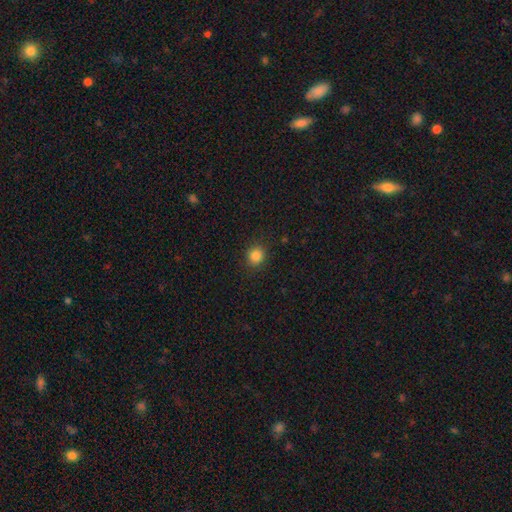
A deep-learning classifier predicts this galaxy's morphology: smooth 84%, star or artifact 12%, featured or disk 4%. Down the decision tree: how rounded — round (89%); merging — none (90%).